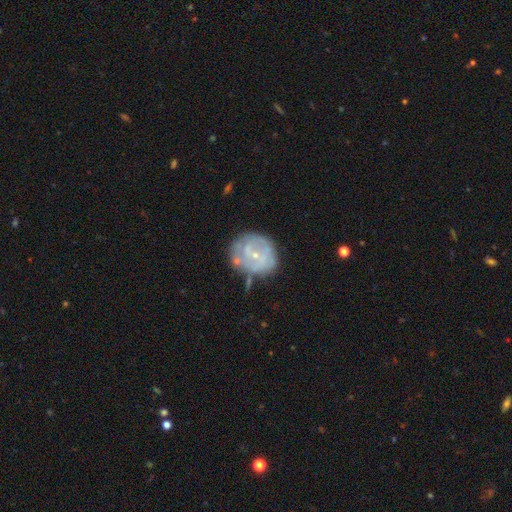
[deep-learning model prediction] smooth-or-featured: featured or disk: 67% | smooth: 26% | star or artifact: 7%
  disk-edge-on: no: 98% | yes: 2%
    bar: no: 70% | weak: 25% | strong: 5%
    has-spiral-arms: yes: 53% | no: 47%
    bulge-size: small: 74% | moderate: 20% | none: 3% | large: 1% | dominant: 1%
  merging: none: 54% | minor disturbance: 25% | major disturbance: 13% | merger: 8%